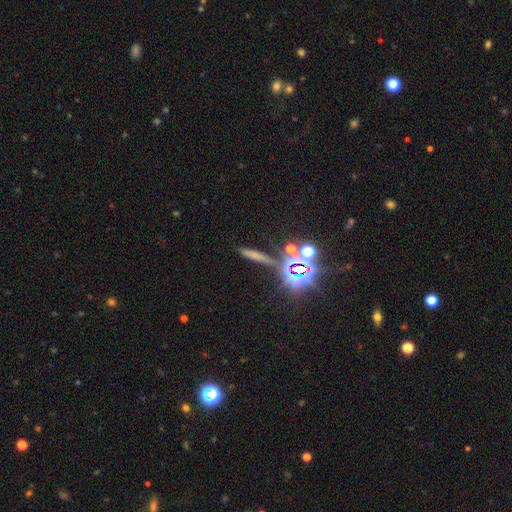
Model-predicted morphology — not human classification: Smooth or featured?
  - smooth: 51% *
  - star or artifact: 32%
  - featured or disk: 17%
How rounded?
  - cigar-shaped: 86% *
  - in between: 8%
  - round: 6%
Merging?
  - none: 79% *
  - minor disturbance: 11%
  - merger: 6%
  - major disturbance: 4%